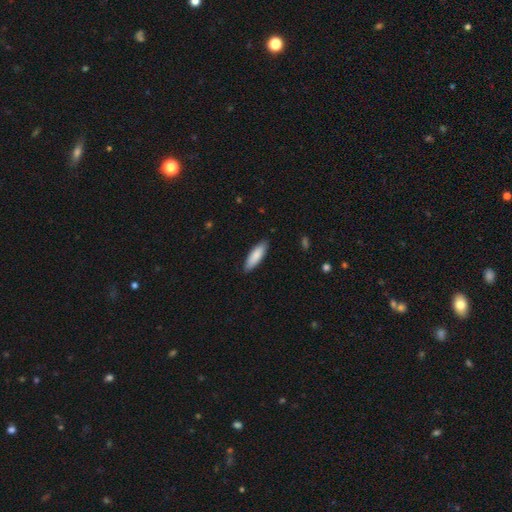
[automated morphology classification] smooth-or-featured: smooth: 86% | featured or disk: 9% | star or artifact: 5%
  how-rounded: cigar-shaped: 50% | in between: 49% | round: 1%
  merging: none: 87% | minor disturbance: 10% | major disturbance: 2% | merger: 1%